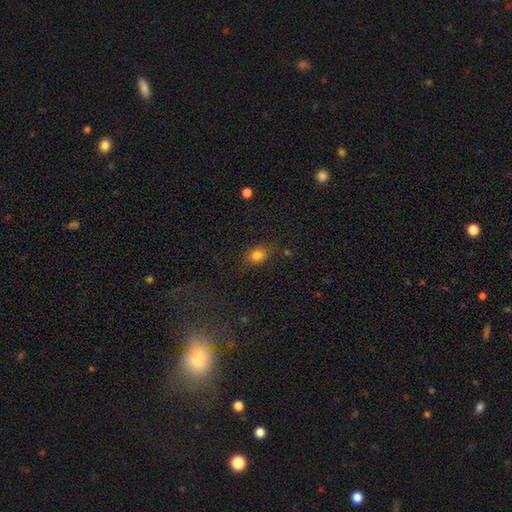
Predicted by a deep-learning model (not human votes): Smooth or featured? smooth (75%)
How rounded? in between (53%)
Merging? none (82%)